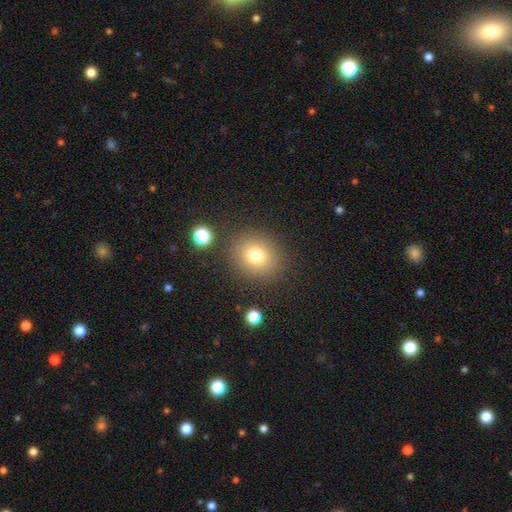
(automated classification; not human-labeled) Morphology: type=smooth (77%); roundness=round (72%); merging=none (84%).